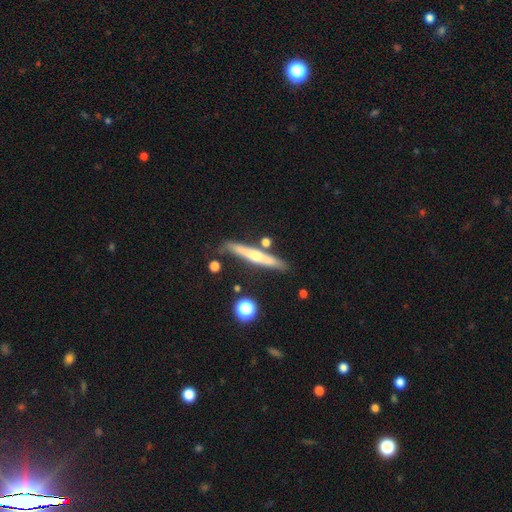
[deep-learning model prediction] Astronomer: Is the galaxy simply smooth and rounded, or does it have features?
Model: featured or disk — 52% (runner-up: smooth, 41%).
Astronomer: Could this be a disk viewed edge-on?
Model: yes — 95%.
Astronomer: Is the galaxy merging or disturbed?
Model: none — 75%.